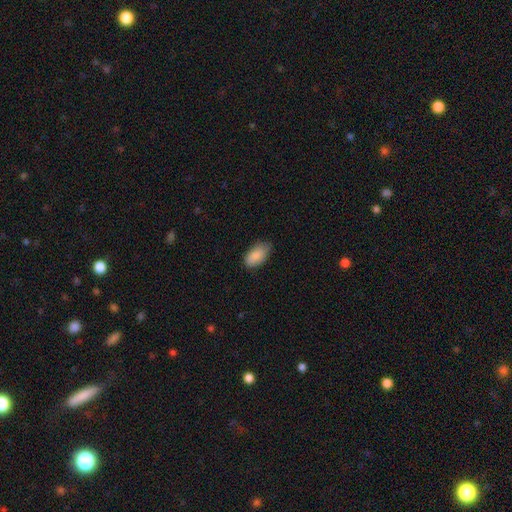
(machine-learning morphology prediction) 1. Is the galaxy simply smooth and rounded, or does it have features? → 87% smooth, 6% featured or disk, 6% star or artifact.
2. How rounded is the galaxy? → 94% in between, 3% round, 3% cigar-shaped.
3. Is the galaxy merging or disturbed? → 70% none, 26% minor disturbance, 4% major disturbance, 1% merger.